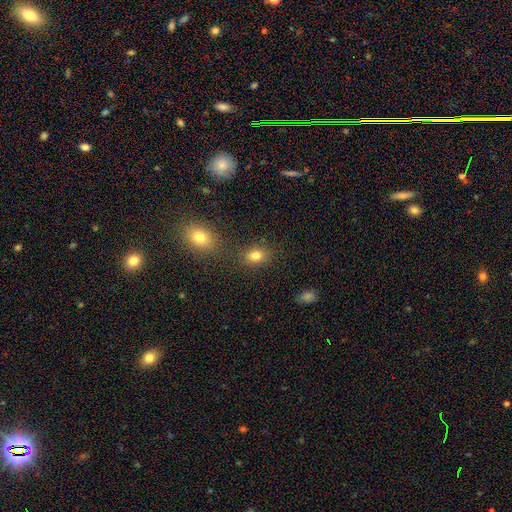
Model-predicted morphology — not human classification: This is clearly a smooth galaxy (81%). How rounded: likely in between (61%). Merging: likely none (77%).